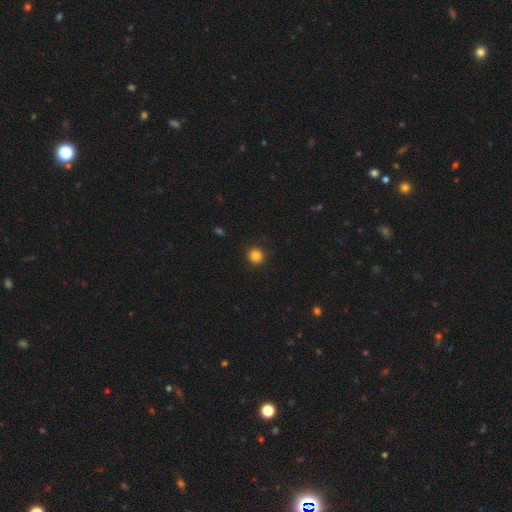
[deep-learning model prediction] The model was most divided on "smooth or featured": smooth: 85%, star or artifact: 12%, featured or disk: 3%. More confident: how rounded — round (94%); merging — none (92%).